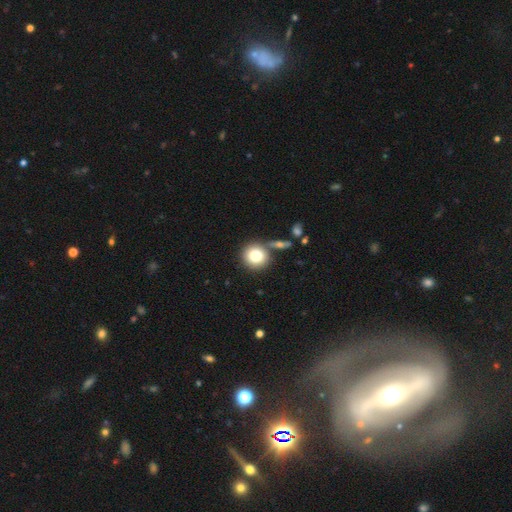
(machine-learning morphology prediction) smooth_or_featured: smooth (p=0.79) [alt: featured or disk p=0.11]
how_rounded: round (p=0.90) [alt: in between p=0.09]
merging: none (p=0.72) [alt: merger p=0.14]